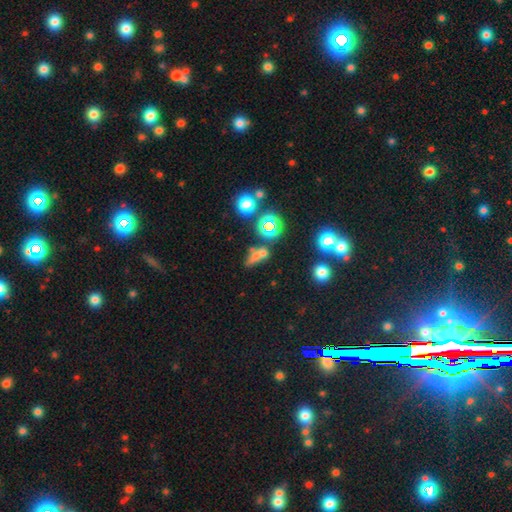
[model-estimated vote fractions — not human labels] Morphology: type=smooth (52%); roundness=in between (45%); merging=none (43%).